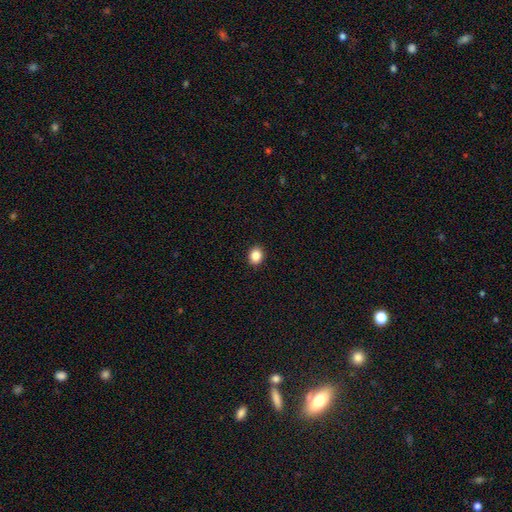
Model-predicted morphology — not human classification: The model was most divided on "how rounded": round: 58%, in between: 41%, cigar-shaped: 1%. More confident: merging — none (92%); smooth or featured — smooth (87%).